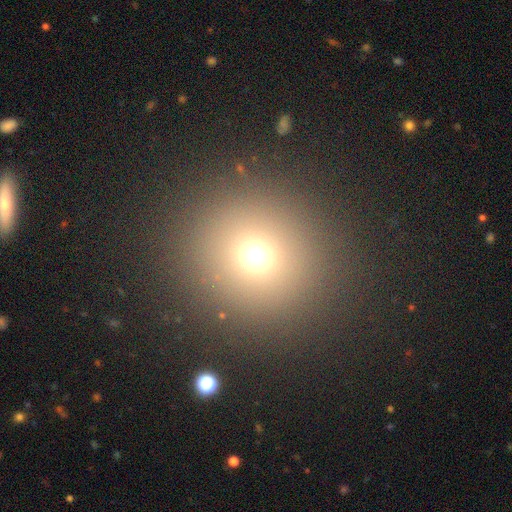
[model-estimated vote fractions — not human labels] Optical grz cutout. It shows a smooth galaxy with no disk features (69%) that is round (91%). Merging: none (90%).